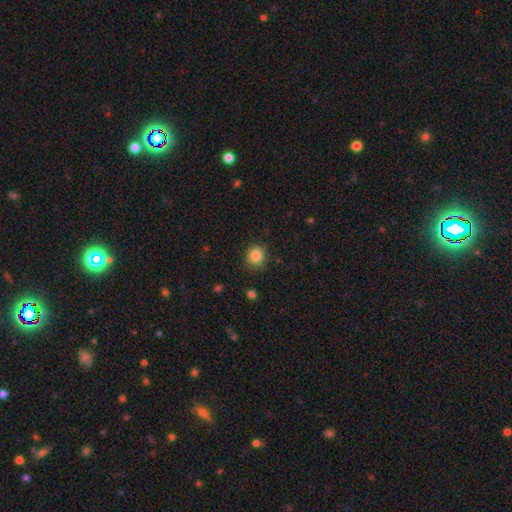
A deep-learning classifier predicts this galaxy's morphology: This is clearly a smooth galaxy (85%). How rounded: clearly round (82%). Merging: clearly none (86%).